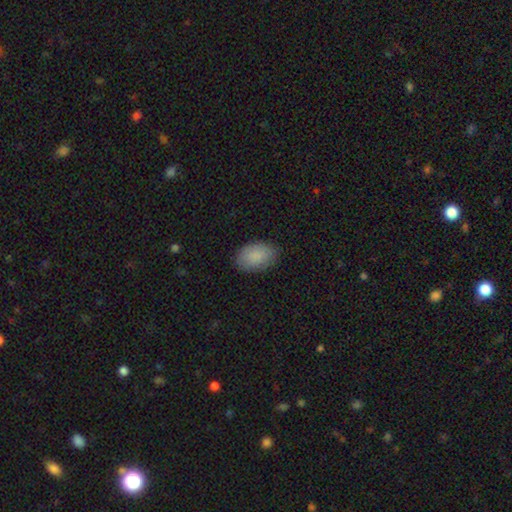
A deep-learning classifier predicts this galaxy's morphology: A smooth galaxy with no disk features (88%) that is in between round and cigar-shaped (90%). Merging: none (85%).